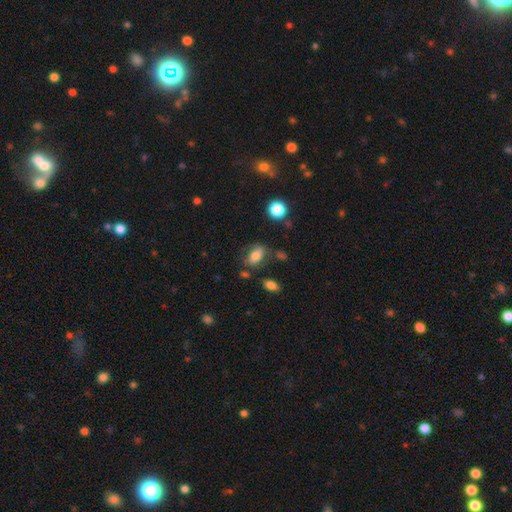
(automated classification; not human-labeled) A smooth galaxy with no disk features (73%) that is in between round and cigar-shaped (85%). Merging: none (64%).